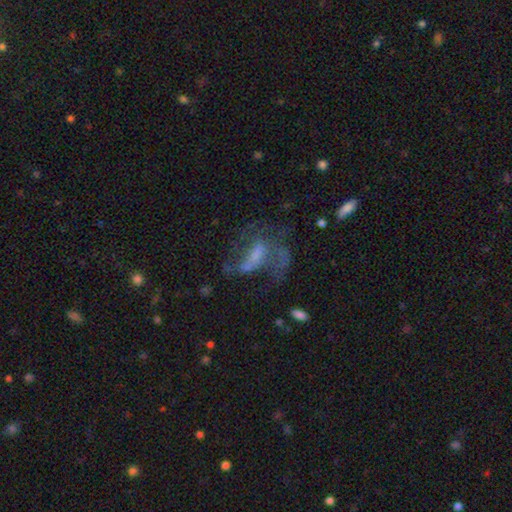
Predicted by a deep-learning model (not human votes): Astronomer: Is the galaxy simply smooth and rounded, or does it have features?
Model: featured or disk — 67%.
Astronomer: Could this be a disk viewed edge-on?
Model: no — 94%.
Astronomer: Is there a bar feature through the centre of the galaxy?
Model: weak — 41% (runner-up: no, 34%).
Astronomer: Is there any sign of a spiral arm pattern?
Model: yes — 66%.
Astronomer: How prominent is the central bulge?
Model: small — 40% (runner-up: moderate, 28%).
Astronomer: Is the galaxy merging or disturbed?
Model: major disturbance — 42% (runner-up: none, 38%).